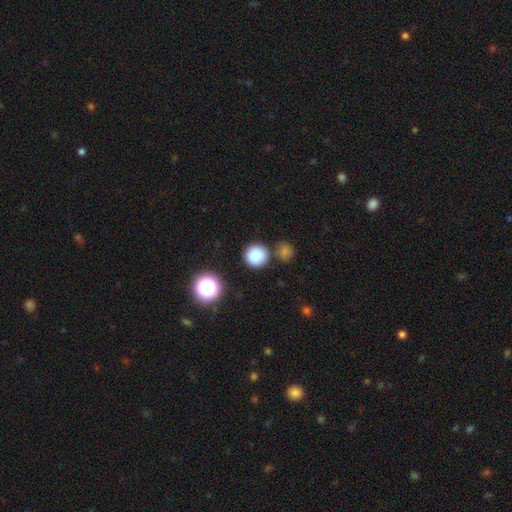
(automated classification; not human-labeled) smooth-or-featured: smooth: 84% | star or artifact: 11% | featured or disk: 5%
  how-rounded: round: 93% | in between: 6% | cigar-shaped: 1%
  merging: none: 78% | merger: 9% | minor disturbance: 9% | major disturbance: 3%